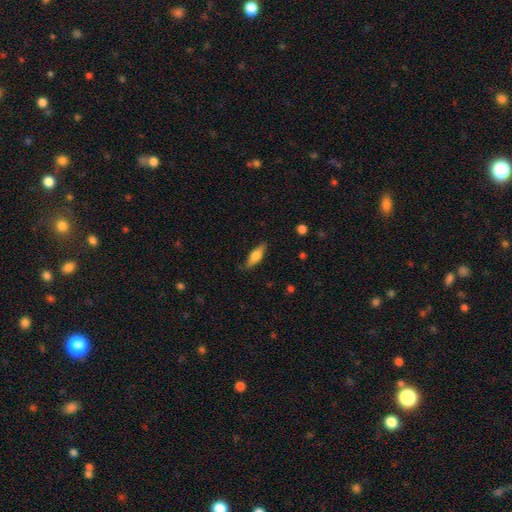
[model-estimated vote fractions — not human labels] A smooth galaxy with no disk features (63%) that is in between round and cigar-shaped (52%). Merging: none (85%).